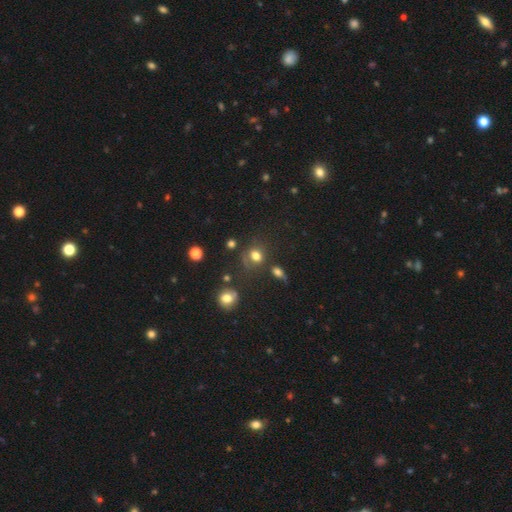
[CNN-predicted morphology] This appears to be a smooth galaxy with no disk features (73%) that is round (63%). Merging: none (55%).